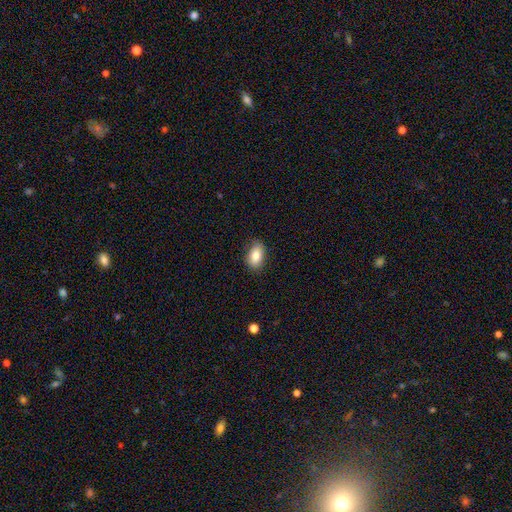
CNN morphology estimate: Smooth or featured? smooth (83%)
How rounded? in between (89%)
Merging? none (83%)